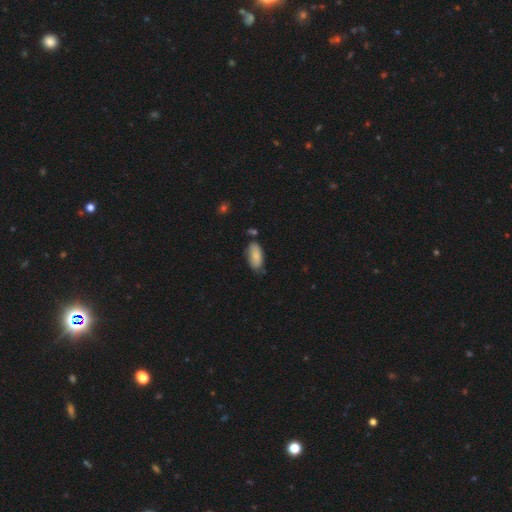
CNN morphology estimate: Smooth or featured? smooth (83%)
How rounded? in between (91%)
Merging? none (65%)